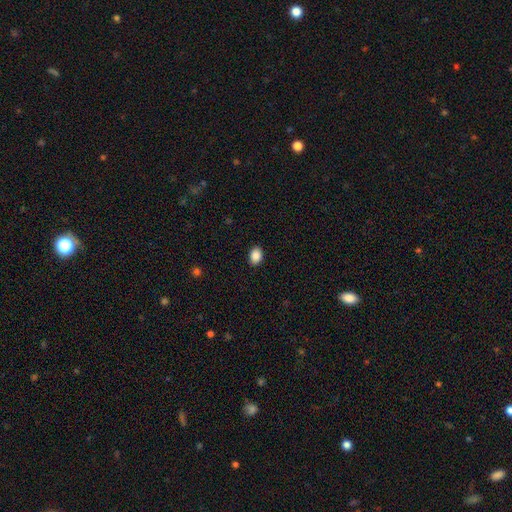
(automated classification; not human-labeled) smooth 89%, star or artifact 8%, featured or disk 3%. Down the decision tree: how rounded — in between (73%); merging — none (89%).